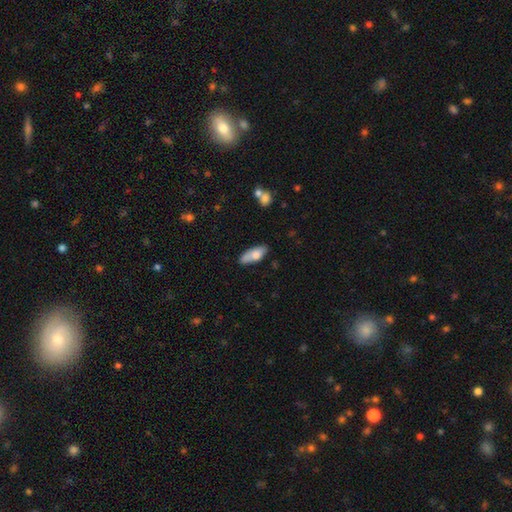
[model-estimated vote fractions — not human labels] This is likely a smooth galaxy (73%). How rounded: likely in between (76%). Merging: likely none (75%).